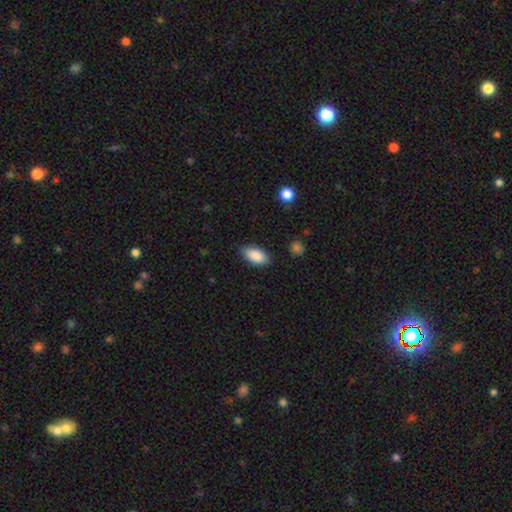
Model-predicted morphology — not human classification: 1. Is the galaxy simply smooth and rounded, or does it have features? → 88% smooth, 7% star or artifact, 5% featured or disk.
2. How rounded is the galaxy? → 92% in between, 4% cigar-shaped, 3% round.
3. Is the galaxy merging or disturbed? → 81% none, 15% minor disturbance, 3% major disturbance, 1% merger.